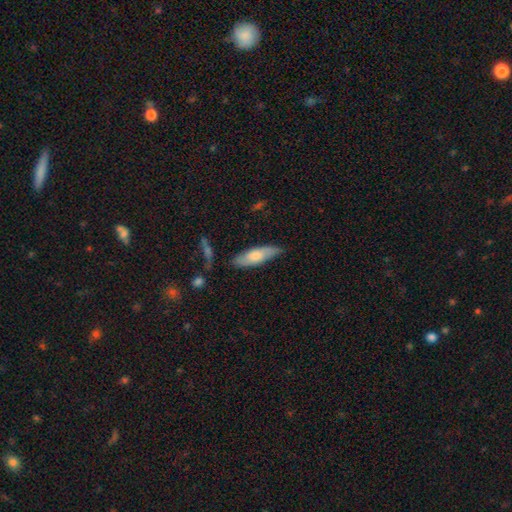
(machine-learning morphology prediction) Overall: smooth (67%; featured or disk 28%). How rounded: cigar-shaped (51%; in between 47%). Merging: none (77%).